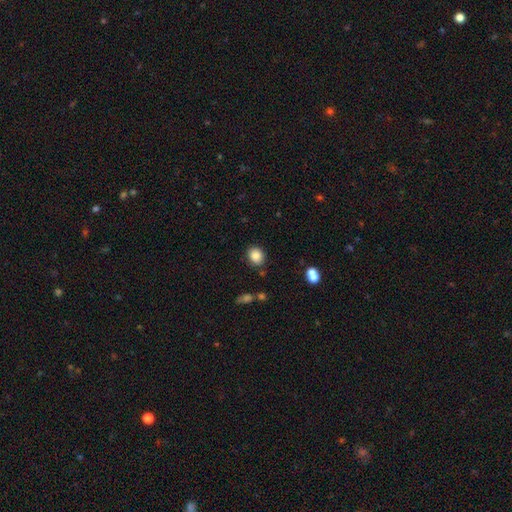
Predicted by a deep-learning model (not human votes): This is clearly a smooth galaxy (86%). How rounded: likely round (64%). Merging: clearly none (85%).